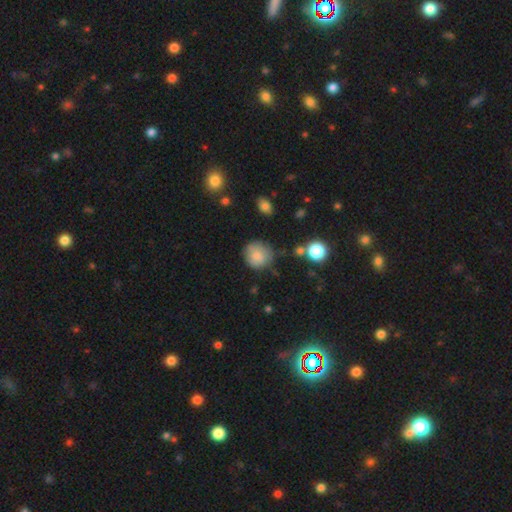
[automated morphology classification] A smooth galaxy with no disk features (79%) that is round (88%). Merging: none (67%).